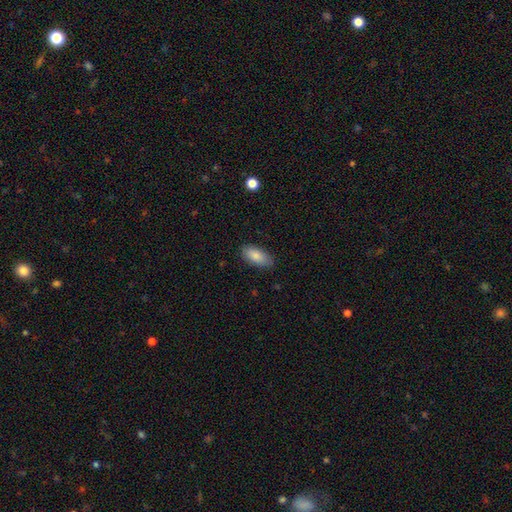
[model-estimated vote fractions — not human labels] Smooth or featured? Predicted: smooth (p=0.85). How rounded? Predicted: in between (p=0.90). Merging? Predicted: none (p=0.83).